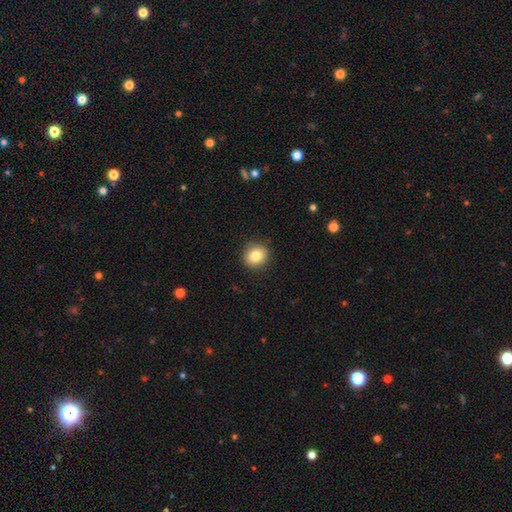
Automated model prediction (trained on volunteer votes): A smooth galaxy with no disk features (83%) that is round (84%).

Vote fractions:
- Smooth or featured? smooth: 83% / star or artifact: 10% / featured or disk: 7%
- How rounded? round: 84% / in between: 15% / cigar-shaped: 1%
- Merging? none: 90% / minor disturbance: 7% / major disturbance: 2% / merger: 1%